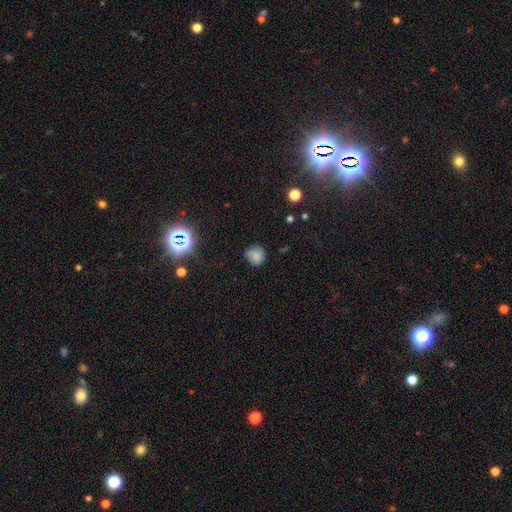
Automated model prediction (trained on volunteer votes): This appears to be a smooth galaxy with no disk features (72%) that is round (83%). Merging: none (71%).